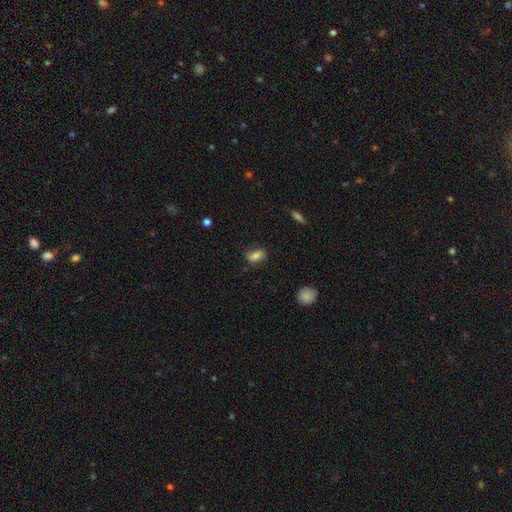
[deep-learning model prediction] Smooth or featured?
  - smooth: 65% *
  - featured or disk: 26%
  - star or artifact: 9%
How rounded?
  - in between: 84% *
  - round: 11%
  - cigar-shaped: 5%
Merging?
  - none: 68% *
  - minor disturbance: 23%
  - major disturbance: 7%
  - merger: 2%